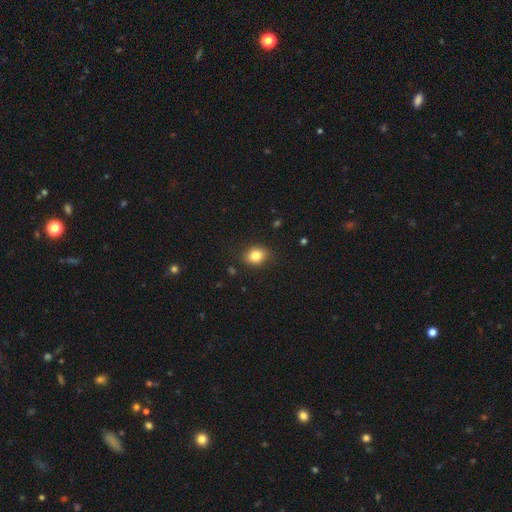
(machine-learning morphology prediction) Smooth or featured? Predicted: smooth (p=0.82). How rounded? Predicted: in between (p=0.50). Merging? Predicted: none (p=0.86).